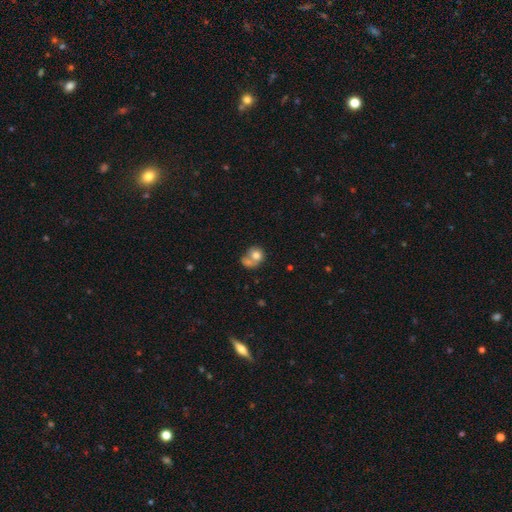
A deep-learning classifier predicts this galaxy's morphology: A smooth galaxy with no disk features (70%) that is round (66%).

Vote fractions:
- Smooth or featured? smooth: 70% / featured or disk: 21% / star or artifact: 9%
- How rounded? round: 66% / in between: 33% / cigar-shaped: 1%
- Merging? merger: 55% / none: 24% / minor disturbance: 11% / major disturbance: 10%